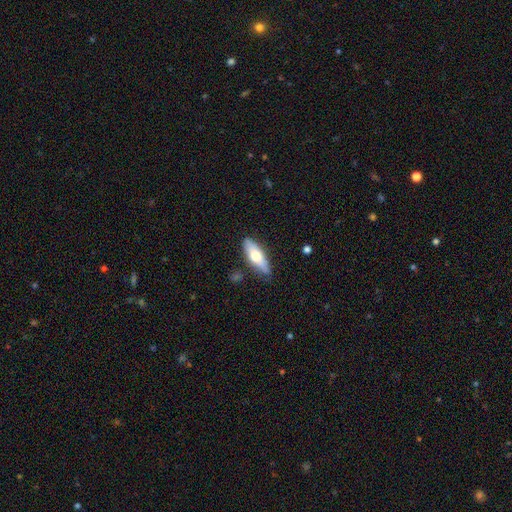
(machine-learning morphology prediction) The model was most divided on "how rounded": in between: 60%, cigar-shaped: 38%, round: 2%. More confident: merging — none (80%); smooth or featured — smooth (61%).